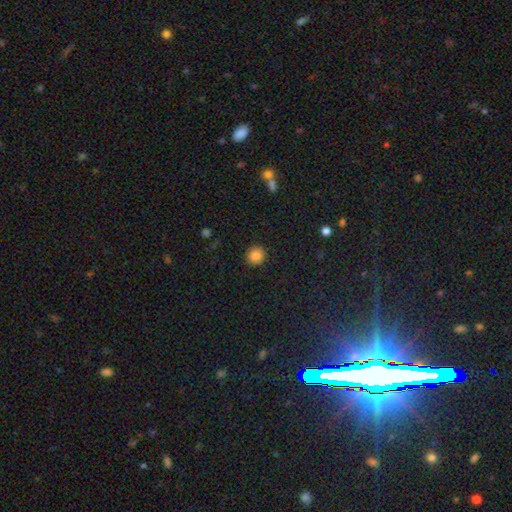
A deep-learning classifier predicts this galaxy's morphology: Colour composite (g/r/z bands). It shows a smooth galaxy with no disk features (85%) that is round (92%). Merging: none (91%).